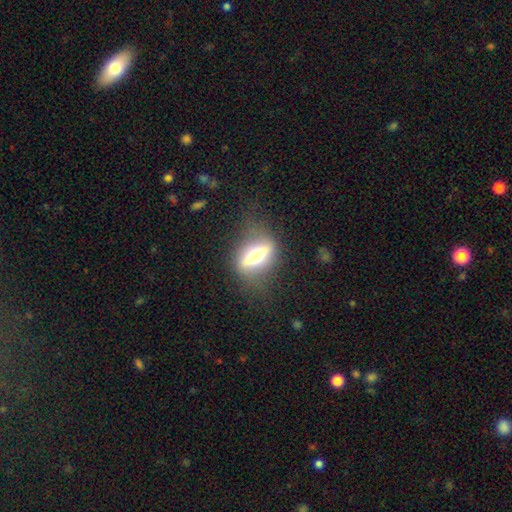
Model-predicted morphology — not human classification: Smooth or featured?
  - featured or disk: 59% *
  - smooth: 33%
  - star or artifact: 8%
Edge-on disk?
  - yes: 58% *
  - no: 42%
Merging?
  - none: 70% *
  - minor disturbance: 17%
  - major disturbance: 12%
  - merger: 2%